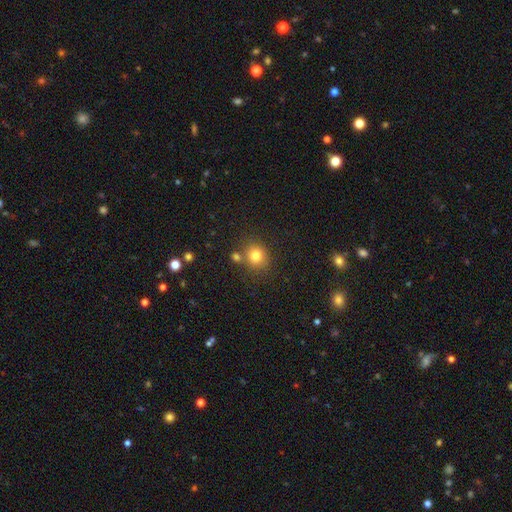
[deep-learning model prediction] Smooth or featured? smooth (79%)
How rounded? round (80%)
Merging? none (70%)